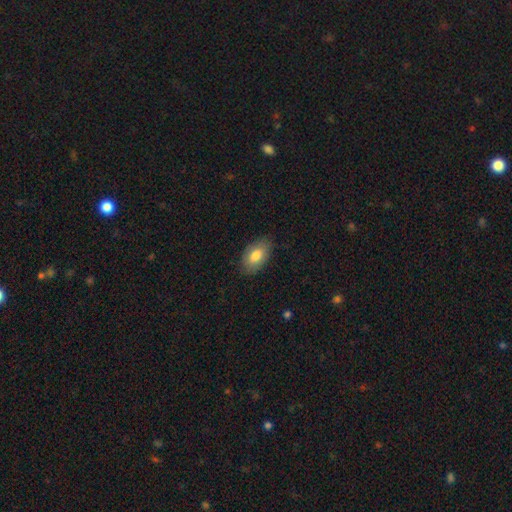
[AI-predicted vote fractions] Smooth or featured: smooth — 81% (featured or disk — 13%)
How rounded: in between — 93% (round — 5%)
Merging: none — 83% (minor disturbance — 13%)